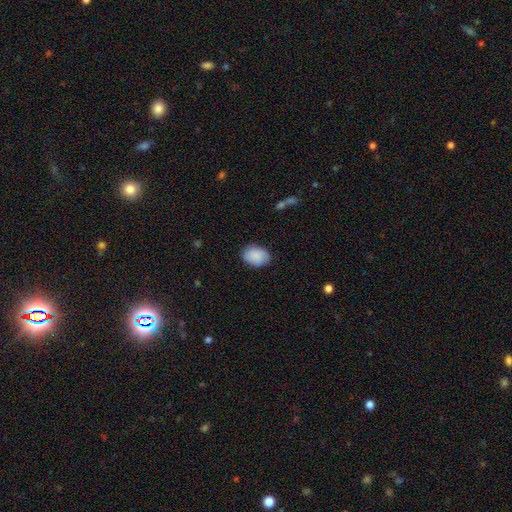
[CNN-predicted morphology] Smooth or featured?
  - smooth: 88% *
  - star or artifact: 6%
  - featured or disk: 6%
How rounded?
  - in between: 78% *
  - round: 21%
  - cigar-shaped: 1%
Merging?
  - none: 81% *
  - minor disturbance: 14%
  - major disturbance: 3%
  - merger: 1%